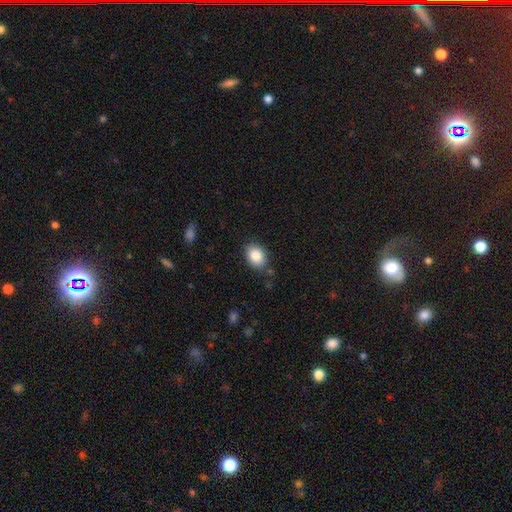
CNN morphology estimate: This appears to be a smooth galaxy with no disk features (86%) that is in between round and cigar-shaped (72%). Merging: none (81%).